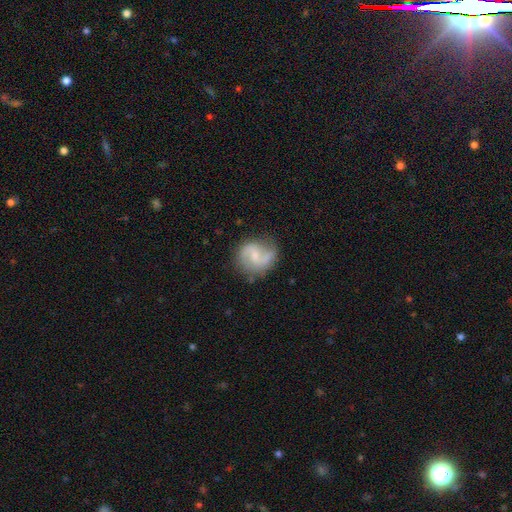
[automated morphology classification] smooth-or-featured: featured or disk: 74% | smooth: 20% | star or artifact: 6%
  disk-edge-on: no: 98% | yes: 2%
    bar: weak: 50% | no: 39% | strong: 11%
    has-spiral-arms: yes: 93% | no: 7%
      spiral-winding: medium: 46% | loose: 38% | tight: 15%
      spiral-arm-count: 2: 87% | can't tell: 6% | 1: 4% | 3: 2% | 4: 1% | more than 4: 1%
    bulge-size: small: 52% | moderate: 30% | none: 14% | large: 2% | dominant: 1%
  merging: none: 71% | minor disturbance: 19% | major disturbance: 7% | merger: 2%